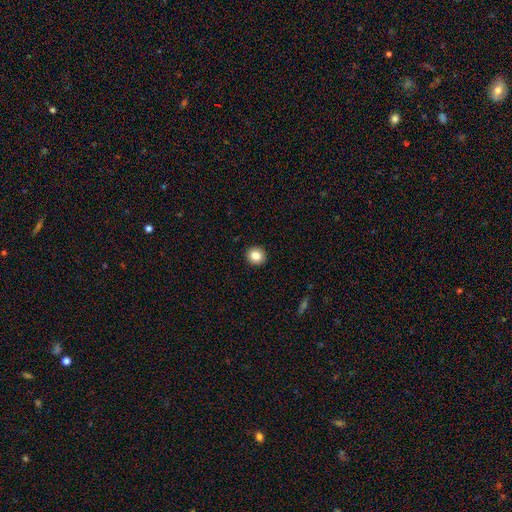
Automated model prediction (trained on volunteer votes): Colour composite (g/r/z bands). It shows a smooth galaxy with no disk features (84%) that is round (91%). Merging: none (93%).